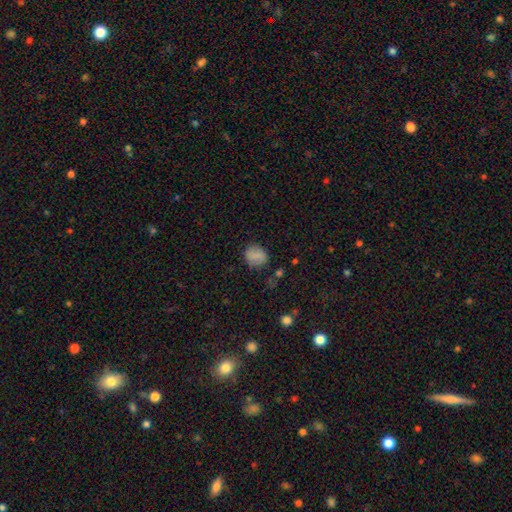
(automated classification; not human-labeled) Smooth or featured?
  - smooth: 79% *
  - featured or disk: 11%
  - star or artifact: 10%
How rounded?
  - round: 67% *
  - in between: 32%
  - cigar-shaped: 1%
Merging?
  - none: 78% *
  - minor disturbance: 15%
  - major disturbance: 5%
  - merger: 2%